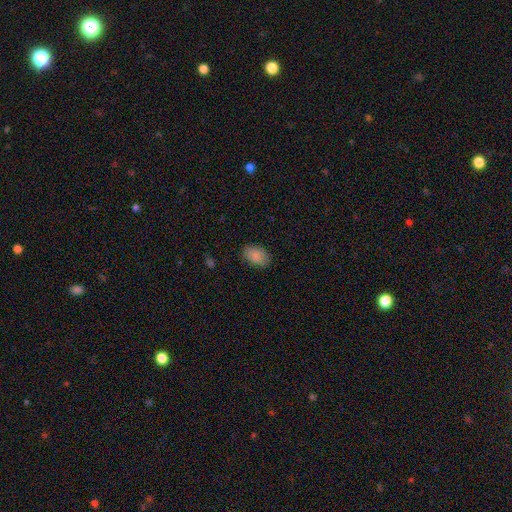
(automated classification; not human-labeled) Morphology: type=smooth (87%); roundness=in between (87%); merging=none (85%).